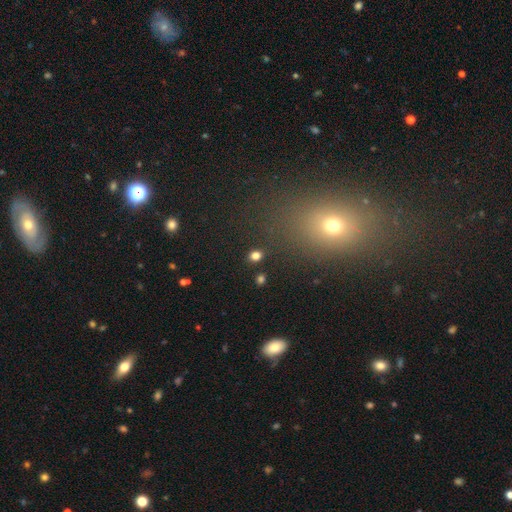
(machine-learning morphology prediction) This is likely a smooth galaxy (79%). How rounded: likely round (62%). Merging: clearly none (87%).